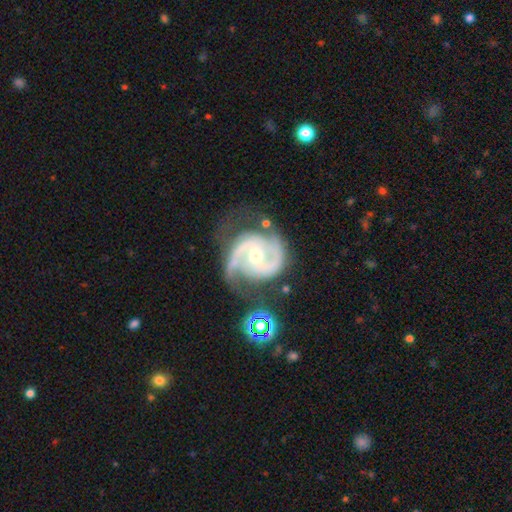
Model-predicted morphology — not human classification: This appears to be a featured or disk galaxy (91%) with no bar (49%), 2 (85%) medium (54%) spiral arms (98%) and a small central bulge (53%). Merging: none (59%).